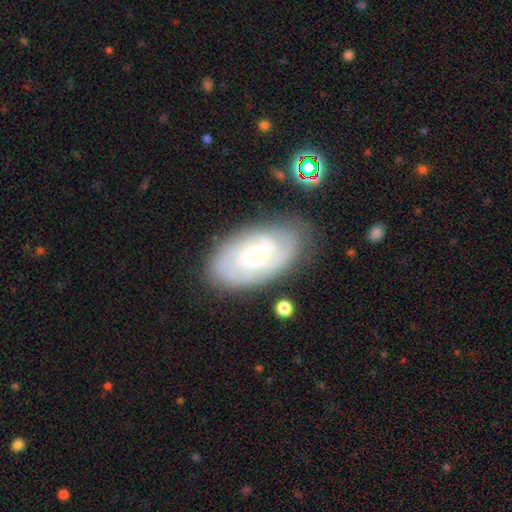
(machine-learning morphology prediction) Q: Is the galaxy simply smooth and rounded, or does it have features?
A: featured or disk — 81%.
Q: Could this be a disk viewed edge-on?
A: no — 96%.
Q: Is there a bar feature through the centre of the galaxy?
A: no — 56%.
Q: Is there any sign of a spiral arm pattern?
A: yes — 96%.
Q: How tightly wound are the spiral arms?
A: tight — 65%.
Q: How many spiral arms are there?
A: can't tell — 30%.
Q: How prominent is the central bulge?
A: small — 69%.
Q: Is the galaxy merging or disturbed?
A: none — 78%.